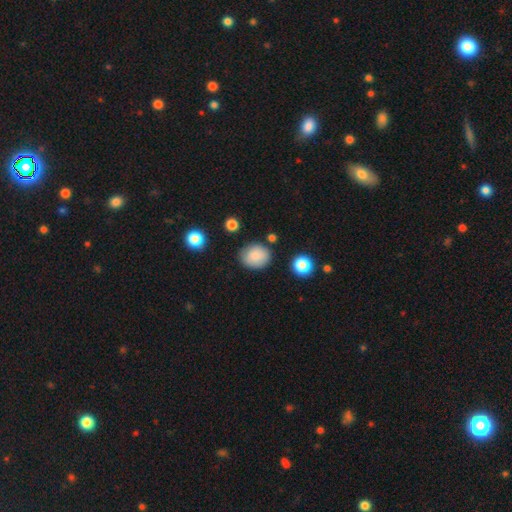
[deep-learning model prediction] smooth-or-featured: smooth: 84% | star or artifact: 9% | featured or disk: 7%
  how-rounded: round: 62% | in between: 37% | cigar-shaped: 1%
  merging: none: 78% | minor disturbance: 15% | major disturbance: 4% | merger: 3%